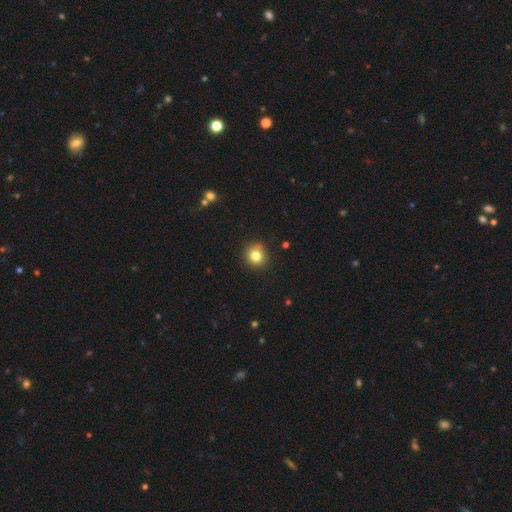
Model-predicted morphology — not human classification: This is clearly a smooth galaxy (82%). How rounded: clearly round (88%). Merging: clearly none (88%).